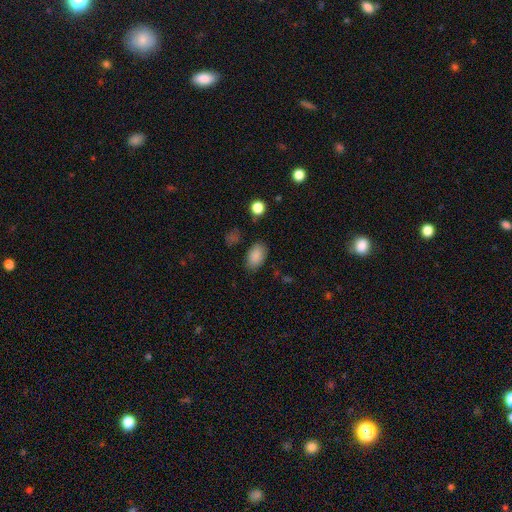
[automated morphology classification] The model was most divided on "merging": none: 82%, minor disturbance: 12%, major disturbance: 3%, merger: 2%. More confident: how rounded — in between (91%); smooth or featured — smooth (87%).